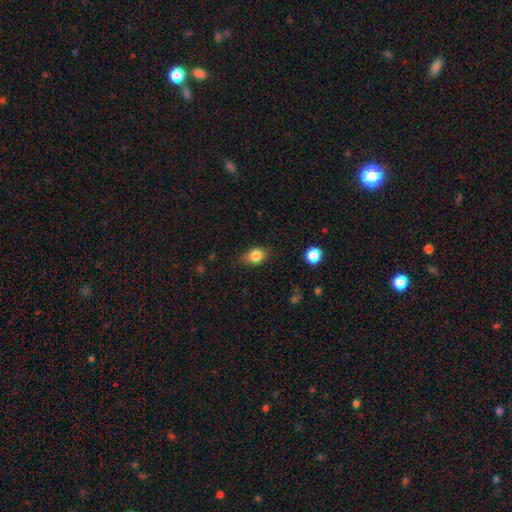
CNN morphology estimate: This appears to be a smooth galaxy with no disk features (84%) that is in between round and cigar-shaped (65%). Merging: none (77%).